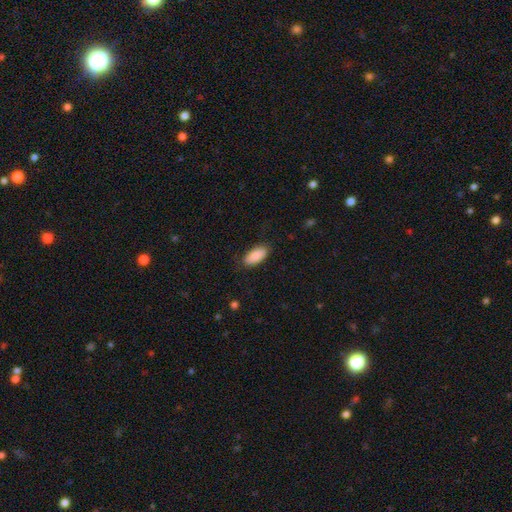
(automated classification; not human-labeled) A smooth galaxy with no disk features (88%) that is in between round and cigar-shaped (89%).

Vote fractions:
- Smooth or featured? smooth: 88% / star or artifact: 6% / featured or disk: 6%
- How rounded? in between: 89% / cigar-shaped: 9% / round: 2%
- Merging? none: 83% / minor disturbance: 13% / major disturbance: 3% / merger: 1%